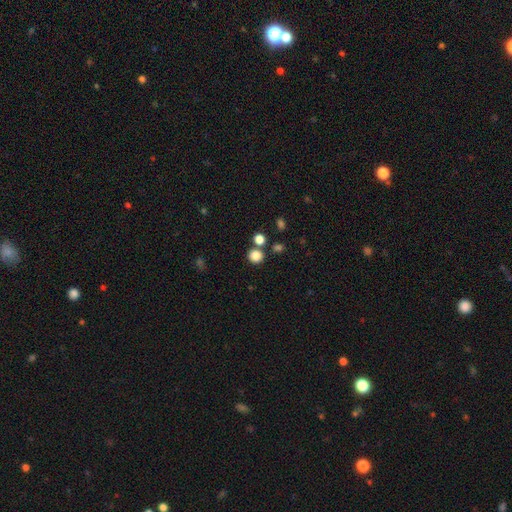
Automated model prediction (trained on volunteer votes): Smooth or featured?
  - smooth: 84% *
  - star or artifact: 12%
  - featured or disk: 4%
How rounded?
  - round: 89% *
  - in between: 10%
  - cigar-shaped: 1%
Merging?
  - none: 76% *
  - merger: 14%
  - minor disturbance: 7%
  - major disturbance: 3%